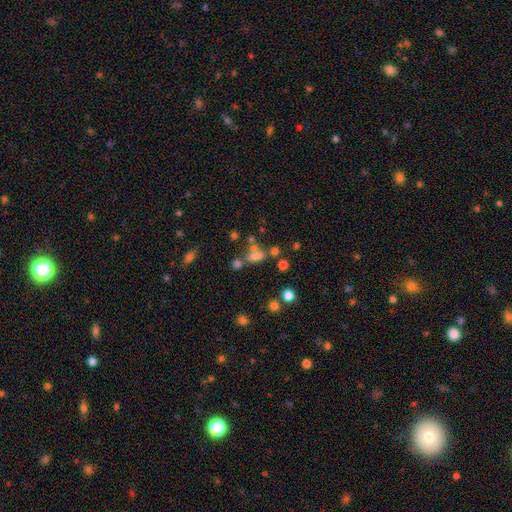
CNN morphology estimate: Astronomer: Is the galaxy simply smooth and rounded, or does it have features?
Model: smooth — 64%.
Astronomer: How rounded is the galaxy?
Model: in between — 72%.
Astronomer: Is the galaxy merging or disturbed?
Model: none — 45% (runner-up: merger, 32%).